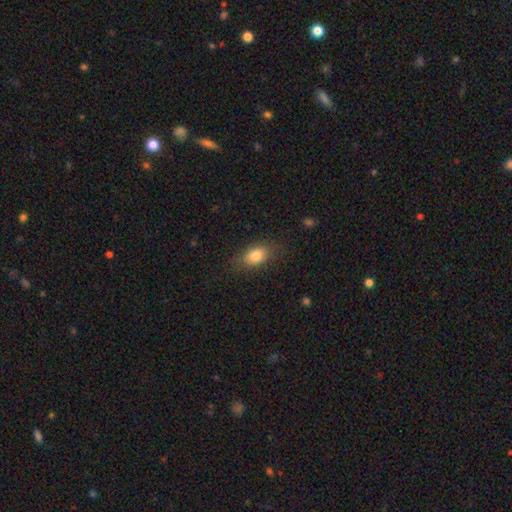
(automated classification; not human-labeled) A smooth galaxy with no disk features (80%) that is in between round and cigar-shaped (82%). Merging: none (79%).